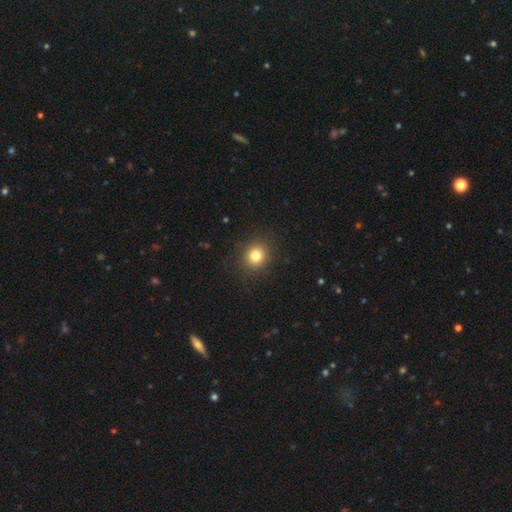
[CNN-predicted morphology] Smooth or featured? Predicted: smooth (p=0.81). How rounded? Predicted: round (p=0.82). Merging? Predicted: none (p=0.89).